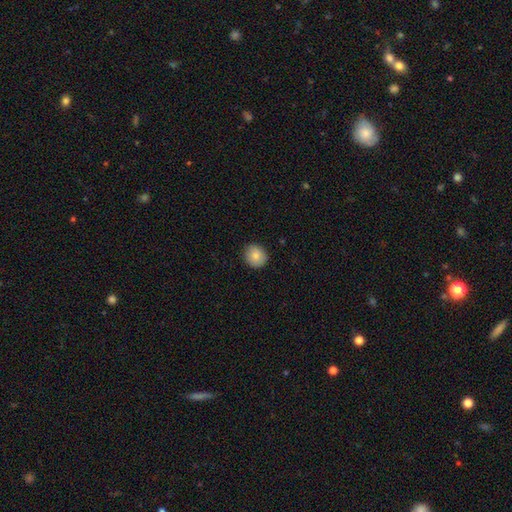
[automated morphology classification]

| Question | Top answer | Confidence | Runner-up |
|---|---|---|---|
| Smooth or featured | smooth | 84% | star or artifact (8%) |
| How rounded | round | 85% | in between (14%) |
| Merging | none | 88% | minor disturbance (9%) |